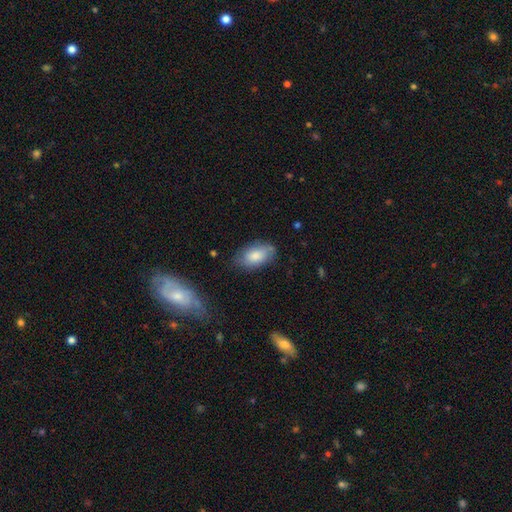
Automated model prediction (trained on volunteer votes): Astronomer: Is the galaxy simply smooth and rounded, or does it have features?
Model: smooth — 79%.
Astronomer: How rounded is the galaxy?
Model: in between — 93%.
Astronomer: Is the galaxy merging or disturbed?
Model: none — 71%.